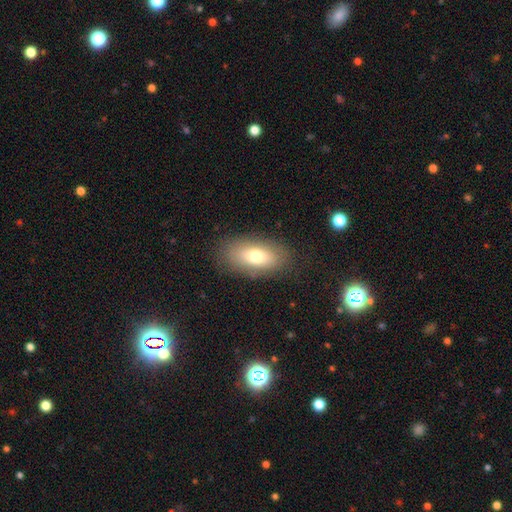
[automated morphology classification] smooth-or-featured: smooth: 73% | featured or disk: 18% | star or artifact: 9%
  how-rounded: in between: 89% | round: 6% | cigar-shaped: 5%
  merging: none: 82% | minor disturbance: 12% | major disturbance: 5% | merger: 1%